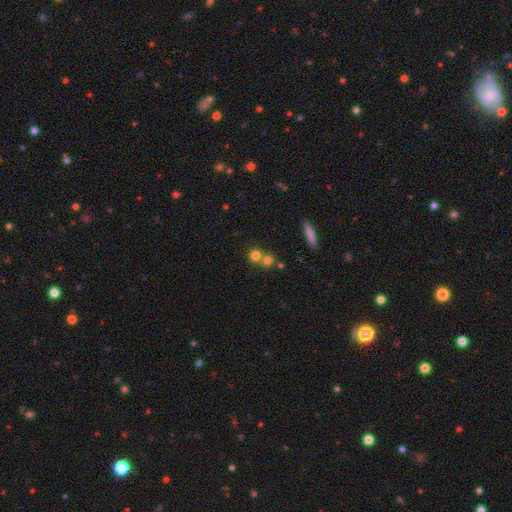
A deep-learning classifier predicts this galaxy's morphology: Q: Smooth or featured?
A: smooth (75%); runner-up: star or artifact (14%)
Q: How rounded?
A: round (86%); runner-up: in between (13%)
Q: Merging?
A: merger (47%); runner-up: none (45%)